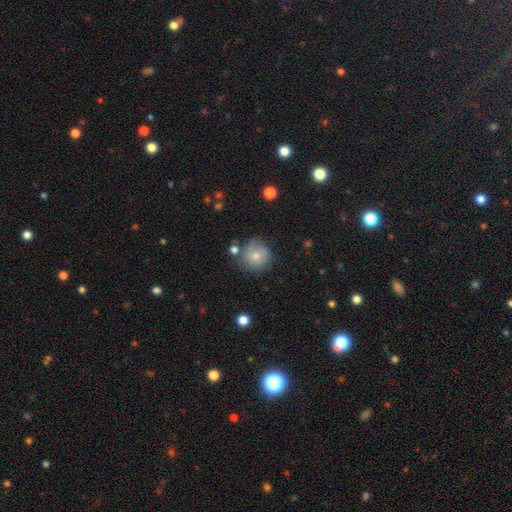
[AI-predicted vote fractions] Q: Smooth or featured?
A: smooth (69%); runner-up: featured or disk (22%)
Q: How rounded?
A: round (91%); runner-up: in between (8%)
Q: Merging?
A: none (66%); runner-up: minor disturbance (21%)